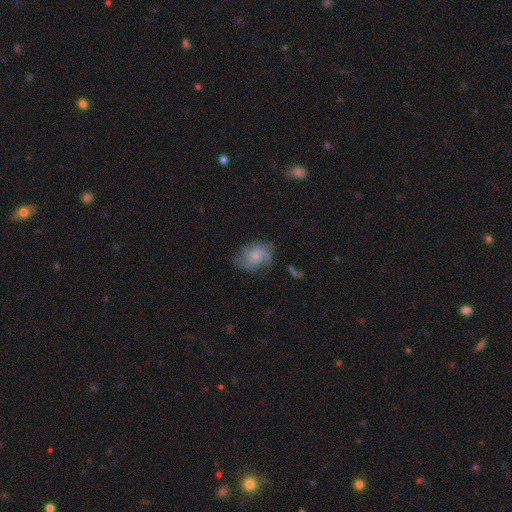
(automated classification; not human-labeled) Smooth or featured: featured or disk — 71% (smooth — 21%)
Edge-on disk: no — 98% (yes — 2%)
Bar: no — 74% (weak — 24%)
Spiral arms: yes — 93% (no — 7%)
Spiral winding: medium — 44% (tight — 34%)
Spiral arm count: 3 — 33% (can't tell — 24%)
Bulge size: small — 42% (moderate — 39%)
Merging: none — 69% (minor disturbance — 20%)